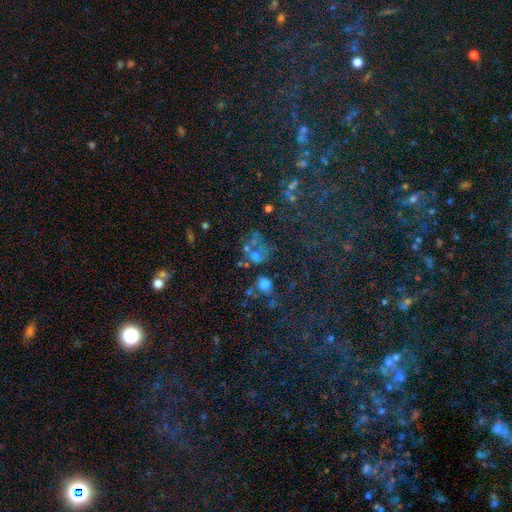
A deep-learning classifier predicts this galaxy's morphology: Smooth or featured? Predicted: smooth (p=0.48). Merging? Predicted: none (p=0.39).